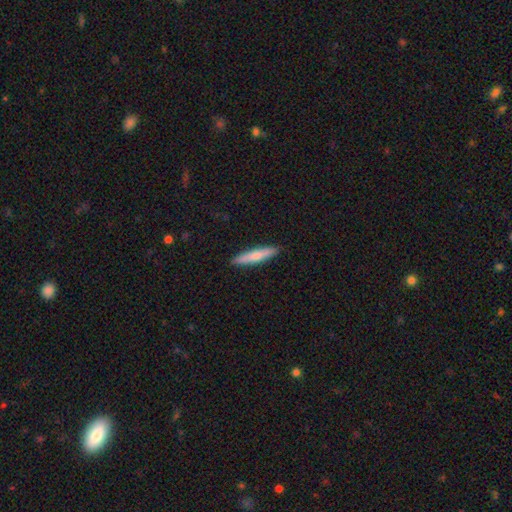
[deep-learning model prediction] Overall: smooth (70%). How rounded: cigar-shaped (89%). Merging: none (91%).